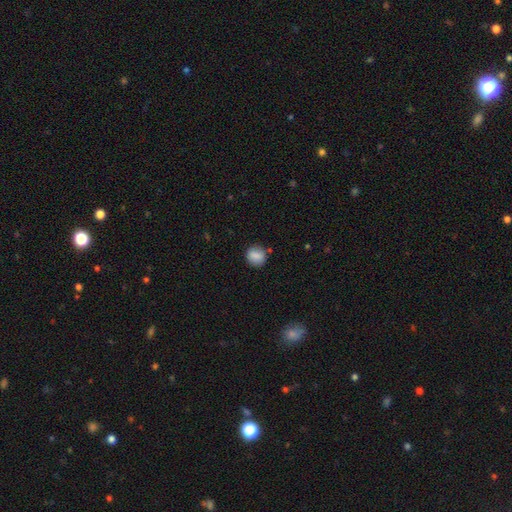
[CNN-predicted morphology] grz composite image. It shows a smooth galaxy with no disk features (83%) that is round (75%). Merging: none (82%).